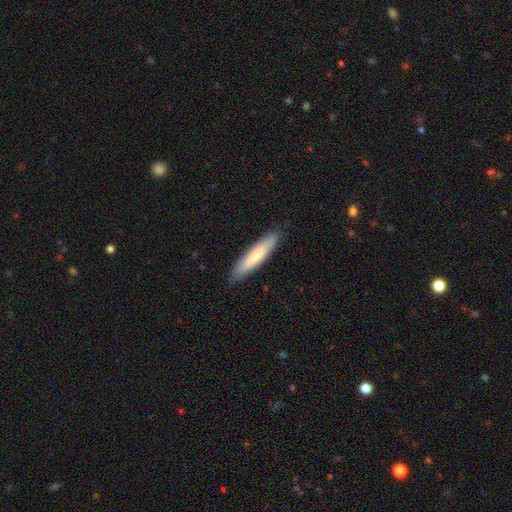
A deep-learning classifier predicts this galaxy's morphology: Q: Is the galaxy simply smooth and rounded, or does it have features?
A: smooth — 75%.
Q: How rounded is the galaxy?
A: cigar-shaped — 83%.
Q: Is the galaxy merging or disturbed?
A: none — 86%.